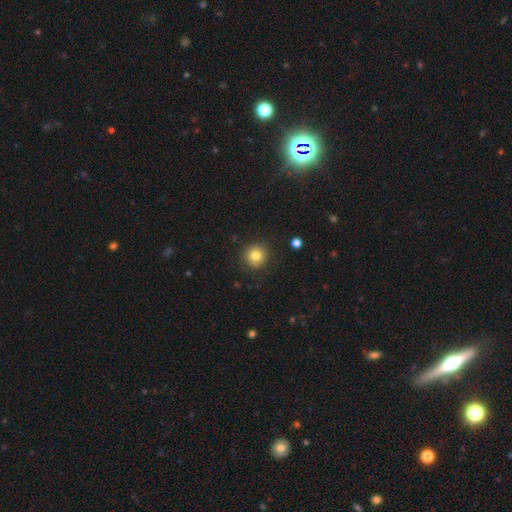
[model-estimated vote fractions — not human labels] This appears to be a smooth galaxy with no disk features (81%) that is round (94%). Merging: none (89%).